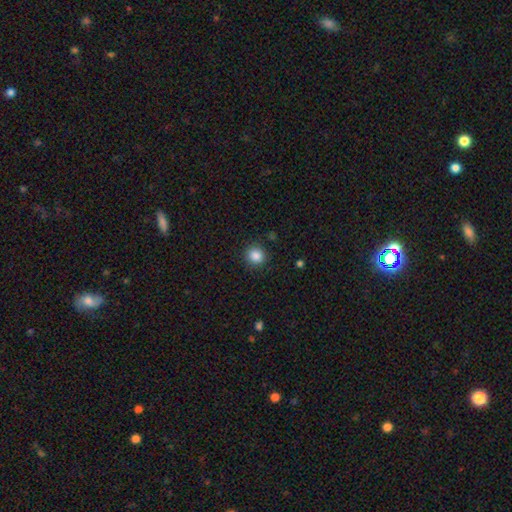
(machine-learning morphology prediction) The model was most divided on "smooth or featured": smooth: 86%, star or artifact: 10%, featured or disk: 4%. More confident: merging — none (89%); how rounded — round (89%).